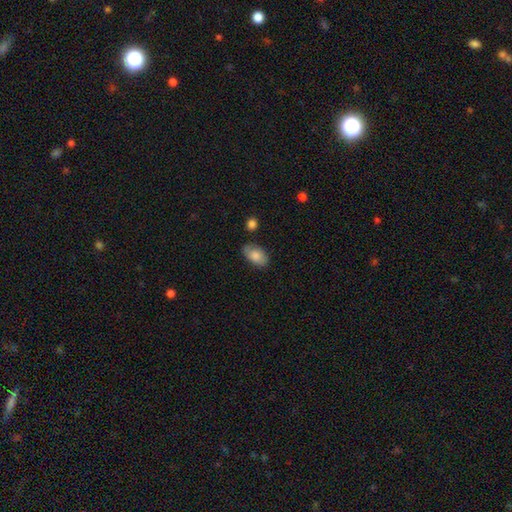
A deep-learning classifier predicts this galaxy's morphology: This appears to be a smooth galaxy with no disk features (81%) that is in between round and cigar-shaped (93%). Merging: none (74%).